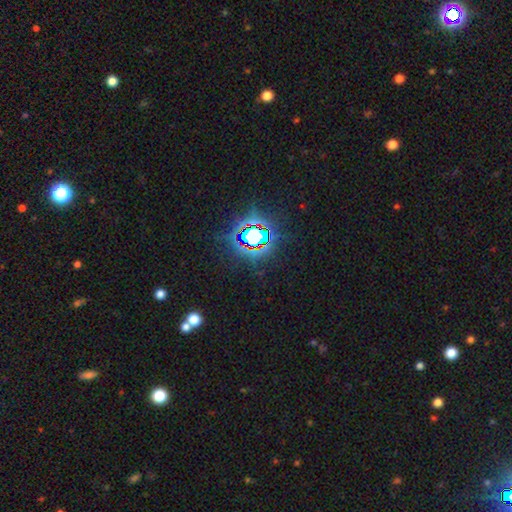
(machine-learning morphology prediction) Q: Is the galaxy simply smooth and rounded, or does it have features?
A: star or artifact — 81%.